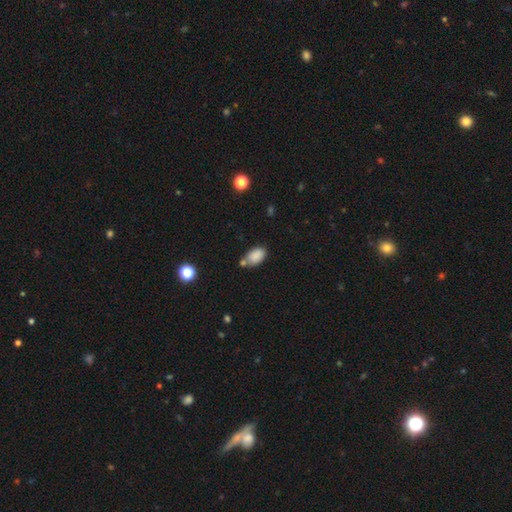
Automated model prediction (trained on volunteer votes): Q: Smooth or featured?
A: smooth (86%); runner-up: star or artifact (9%)
Q: How rounded?
A: in between (90%); runner-up: round (9%)
Q: Merging?
A: none (59%); runner-up: minor disturbance (18%)